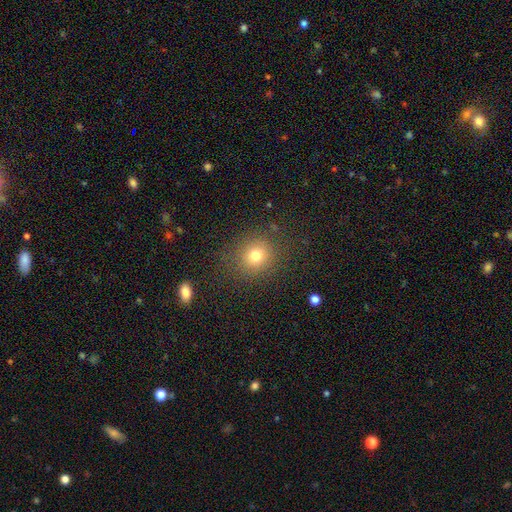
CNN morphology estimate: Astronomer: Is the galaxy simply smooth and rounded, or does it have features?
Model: smooth — 76%.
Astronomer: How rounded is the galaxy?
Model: round — 86%.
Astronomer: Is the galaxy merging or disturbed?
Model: none — 84%.